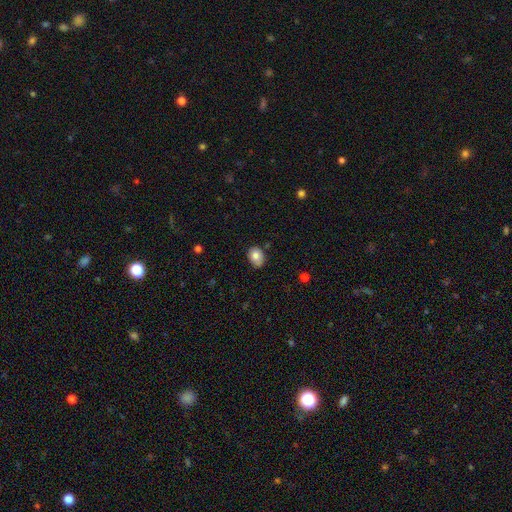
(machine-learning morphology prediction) This is clearly a smooth galaxy (81%). How rounded: possibly in between (58%). Merging: likely none (72%).